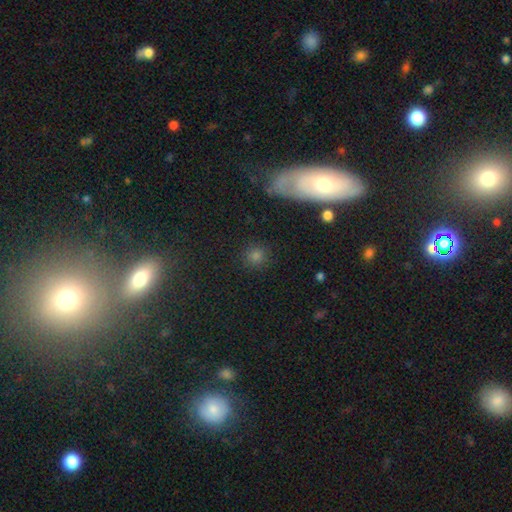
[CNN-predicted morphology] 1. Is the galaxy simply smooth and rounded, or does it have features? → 67% smooth, 19% star or artifact, 14% featured or disk.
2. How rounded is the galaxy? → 82% round, 15% in between, 3% cigar-shaped.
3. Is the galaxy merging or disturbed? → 82% none, 10% minor disturbance, 5% major disturbance, 3% merger.